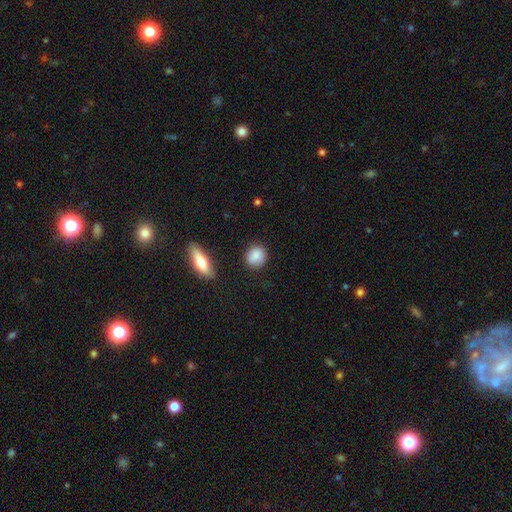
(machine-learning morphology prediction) smooth-or-featured: smooth: 87% | star or artifact: 7% | featured or disk: 6%
  how-rounded: round: 75% | in between: 22% | cigar-shaped: 2%
  merging: none: 82% | minor disturbance: 12% | major disturbance: 3% | merger: 3%